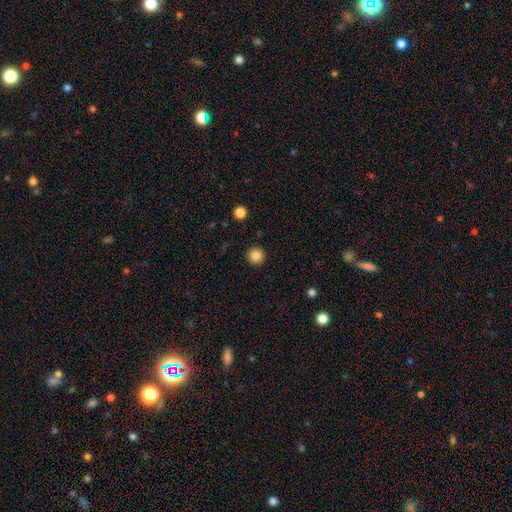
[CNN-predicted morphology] Smooth or featured? Predicted: smooth (p=0.85). How rounded? Predicted: round (p=0.96). Merging? Predicted: none (p=0.93).